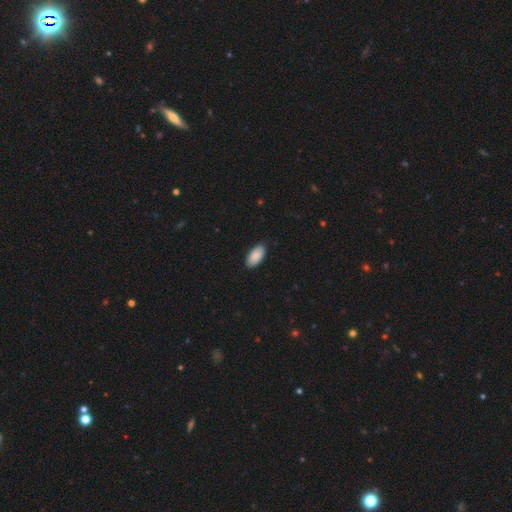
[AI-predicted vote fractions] A smooth galaxy with no disk features (90%) that is in between round and cigar-shaped (95%). Merging: none (87%).